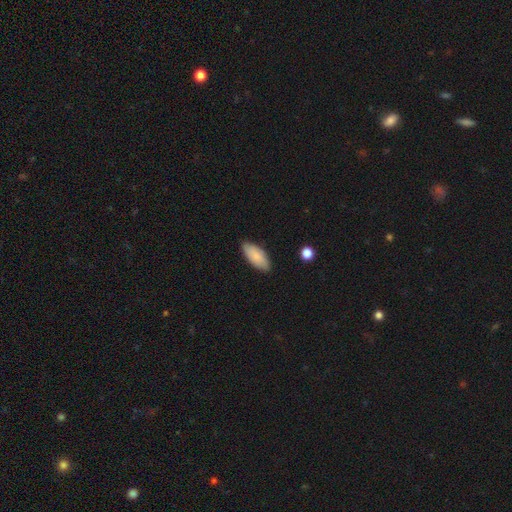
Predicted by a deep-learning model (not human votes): Morphology: type=smooth (84%); roundness=in between (85%); merging=none (84%).